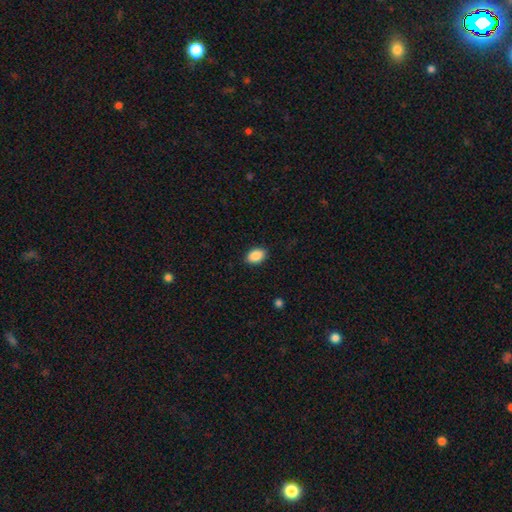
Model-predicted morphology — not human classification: Smooth or featured? smooth (90%)
How rounded? in between (87%)
Merging? none (89%)